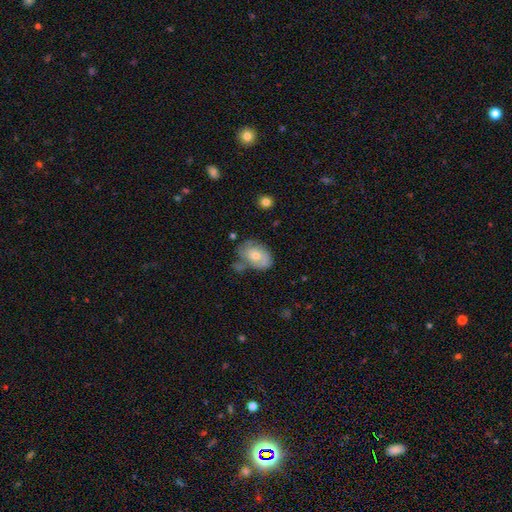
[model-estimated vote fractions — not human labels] This is possibly a smooth galaxy (51%). How rounded: clearly in between (83%). Merging: possibly none (49%).